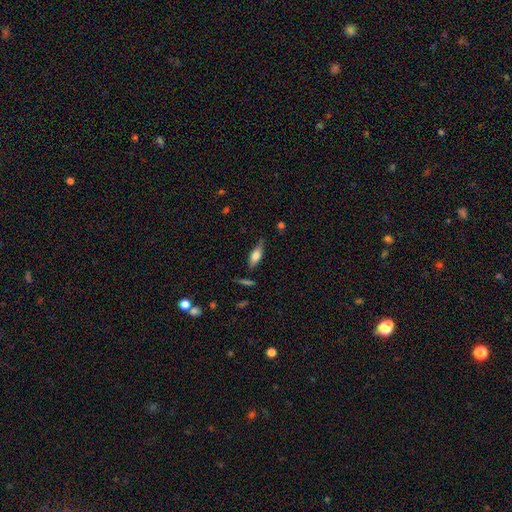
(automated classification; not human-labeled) Overall: smooth (65%; featured or disk 28%). How rounded: in between (65%; cigar-shaped 32%). Merging: none (67%).